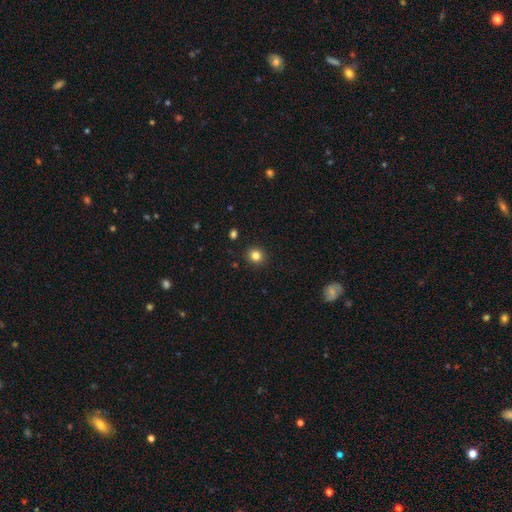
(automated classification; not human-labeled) Smooth or featured? smooth (83%)
How rounded? round (86%)
Merging? none (91%)